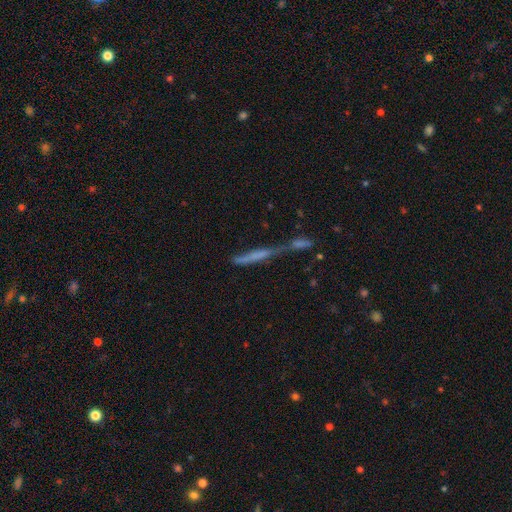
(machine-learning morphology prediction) Smooth or featured: smooth — 45% (featured or disk — 41%)
Merging: merger — 64% (none — 17%)